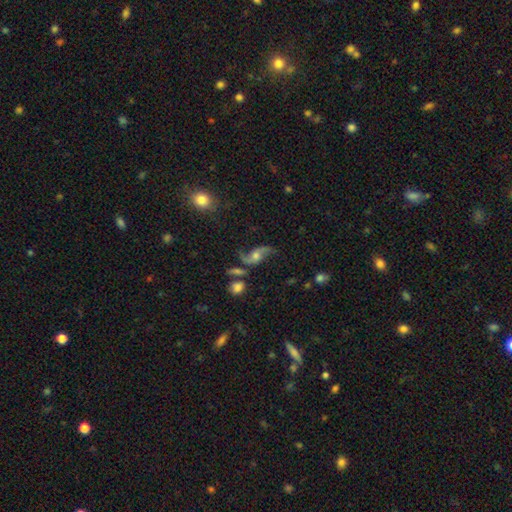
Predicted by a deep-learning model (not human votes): Smooth or featured?
  - featured or disk: 81% *
  - smooth: 11%
  - star or artifact: 8%
Edge-on disk?
  - no: 95% *
  - yes: 5%
Bar?
  - no: 64% *
  - weak: 29%
  - strong: 7%
Spiral arms?
  - yes: 94% *
  - no: 6%
Spiral winding?
  - loose: 86% *
  - medium: 11%
  - tight: 3%
Spiral arm count?
  - 2: 92% *
  - 1: 3%
  - can't tell: 2%
  - 3: 1%
  - 4: 1%
  - more than 4: 1%
Bulge size?
  - moderate: 54% *
  - small: 28%
  - large: 10%
  - none: 6%
  - dominant: 2%
Merging?
  - none: 61% *
  - minor disturbance: 18%
  - major disturbance: 13%
  - merger: 8%